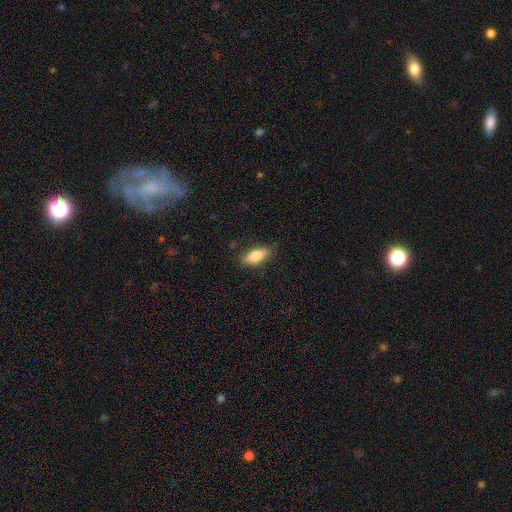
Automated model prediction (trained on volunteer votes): smooth_or_featured: smooth (p=0.79) [alt: featured or disk p=0.15]
how_rounded: in between (p=0.74) [alt: cigar-shaped p=0.24]
merging: none (p=0.80) [alt: minor disturbance p=0.16]